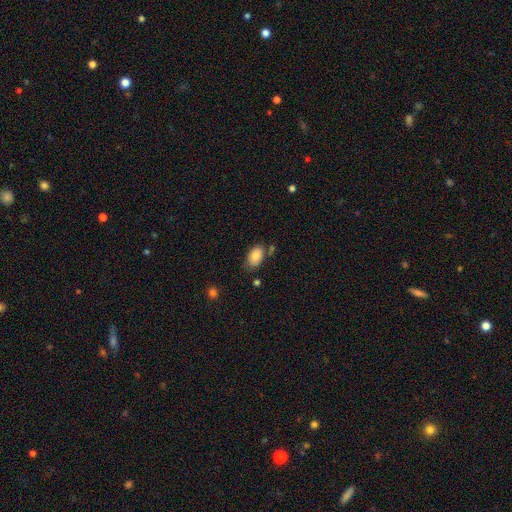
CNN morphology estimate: The model was most divided on "merging": none: 69%, minor disturbance: 19%, merger: 8%, major disturbance: 4%. More confident: how rounded — in between (91%); smooth or featured — smooth (84%).